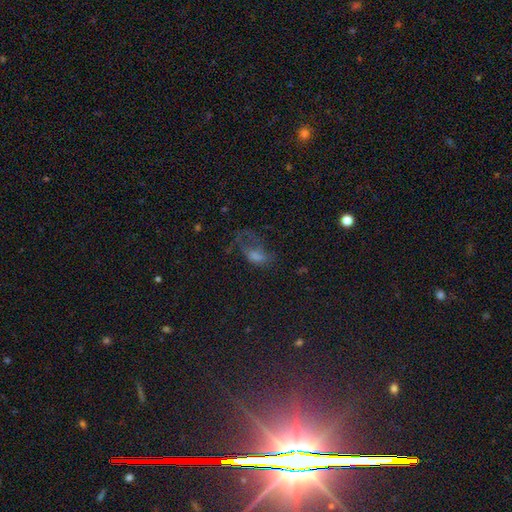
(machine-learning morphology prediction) A smooth galaxy with no disk features (39%). Merging: major disturbance (44%).